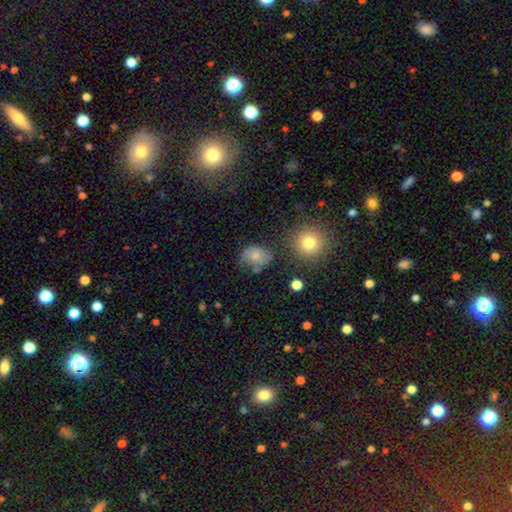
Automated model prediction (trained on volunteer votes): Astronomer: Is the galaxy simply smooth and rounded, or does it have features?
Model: smooth — 67%.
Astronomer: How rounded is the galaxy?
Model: in between — 57% (runner-up: round, 42%).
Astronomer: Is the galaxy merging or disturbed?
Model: none — 54%.